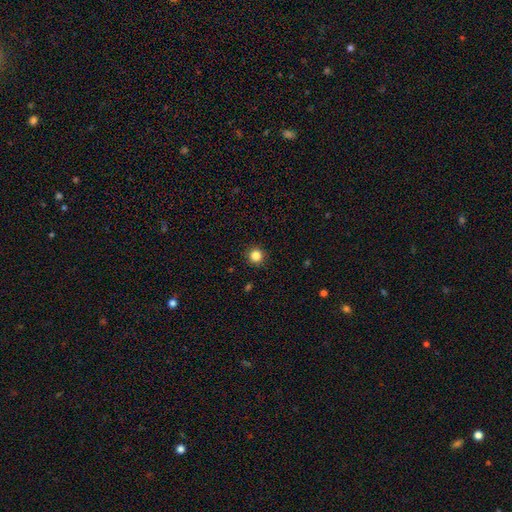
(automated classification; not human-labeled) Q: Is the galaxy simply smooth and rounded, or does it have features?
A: smooth — 85%.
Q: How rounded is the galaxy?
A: round — 95%.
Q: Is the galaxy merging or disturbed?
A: none — 92%.